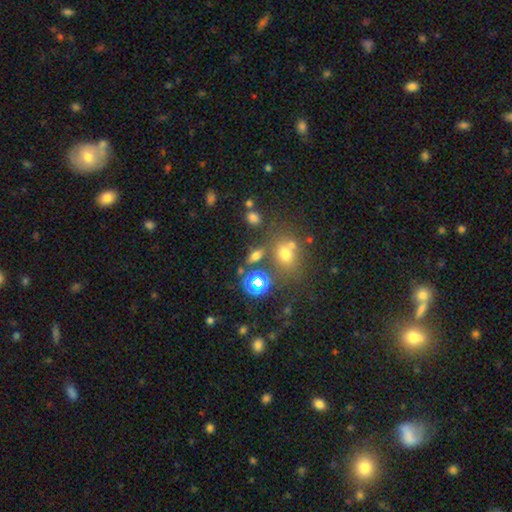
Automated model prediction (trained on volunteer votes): smooth 58%, star or artifact 26%, featured or disk 16%. Down the decision tree: how rounded — in between (65%); merging — none (68%).